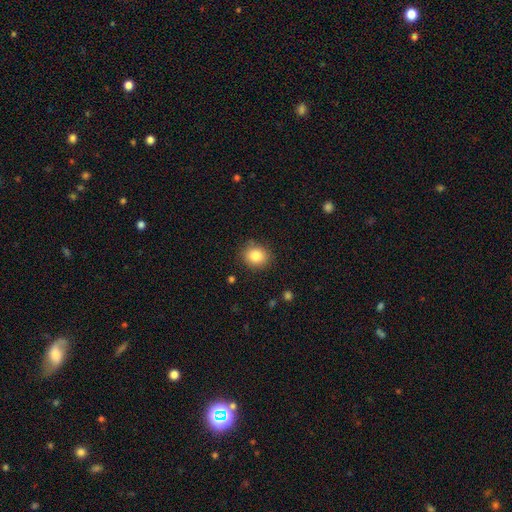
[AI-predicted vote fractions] The model was most divided on "how rounded": round: 72%, in between: 27%, cigar-shaped: 1%. More confident: merging — none (85%); smooth or featured — smooth (85%).